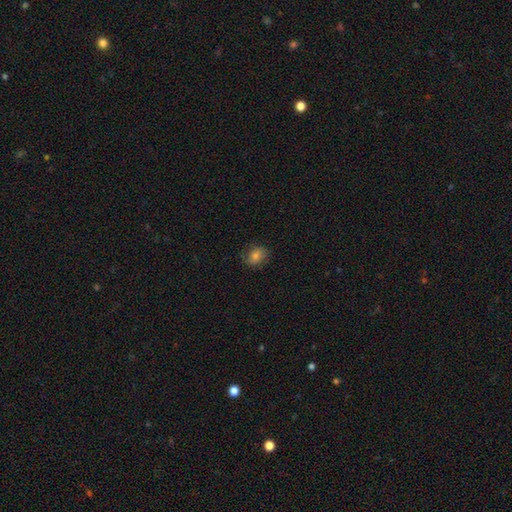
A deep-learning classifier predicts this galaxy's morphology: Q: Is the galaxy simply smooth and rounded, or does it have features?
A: smooth — 66%.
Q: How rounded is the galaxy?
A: in between — 50%.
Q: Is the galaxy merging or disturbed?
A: none — 75%.